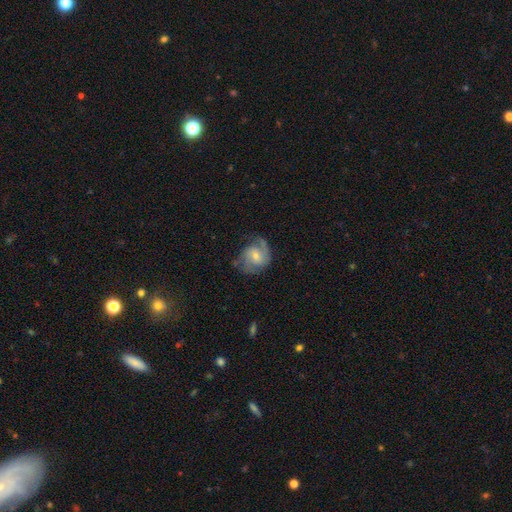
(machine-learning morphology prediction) smooth_or_featured: featured or disk (p=0.74) [alt: smooth p=0.19]
disk_edge_on: no (p=0.98) [alt: yes p=0.02]
bar: no (p=0.51) [alt: weak p=0.41]
has_spiral_arms: yes (p=0.93) [alt: no p=0.07]
spiral_winding: medium (p=0.47) [alt: tight p=0.27]
spiral_arm_count: 2 (p=0.61) [alt: can't tell p=0.14]
bulge_size: small (p=0.50) [alt: moderate p=0.43]
merging: none (p=0.62) [alt: minor disturbance p=0.23]